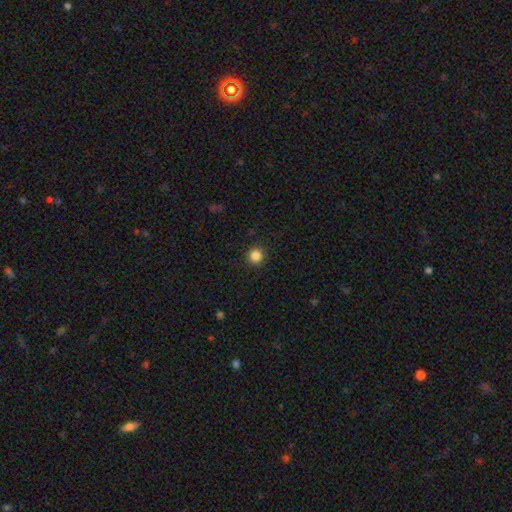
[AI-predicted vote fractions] A smooth galaxy with no disk features (86%) that is round (95%).

Vote fractions:
- Smooth or featured? smooth: 86% / star or artifact: 11% / featured or disk: 3%
- How rounded? round: 95% / in between: 4% / cigar-shaped: 1%
- Merging? none: 92% / minor disturbance: 5% / major disturbance: 2% / merger: 1%